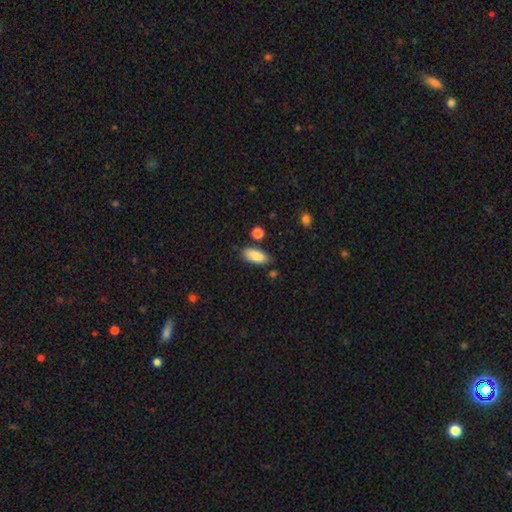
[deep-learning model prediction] smooth-or-featured: smooth: 86% | featured or disk: 7% | star or artifact: 7%
  how-rounded: in between: 88% | cigar-shaped: 9% | round: 2%
  merging: none: 79% | minor disturbance: 13% | merger: 4% | major disturbance: 3%